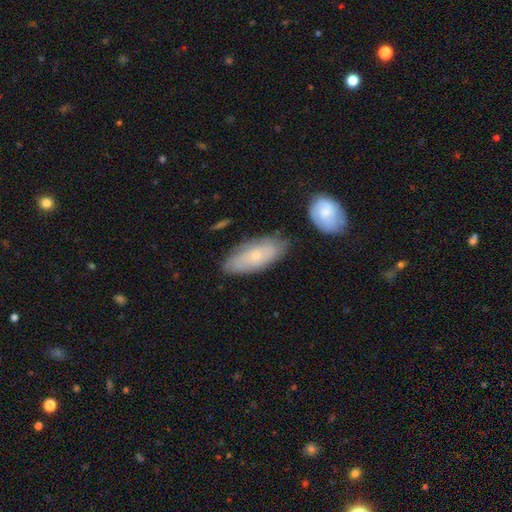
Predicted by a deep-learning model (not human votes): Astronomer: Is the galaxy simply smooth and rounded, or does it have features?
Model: smooth — 64%.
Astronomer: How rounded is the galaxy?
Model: in between — 86%.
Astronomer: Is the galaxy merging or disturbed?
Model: none — 72%.